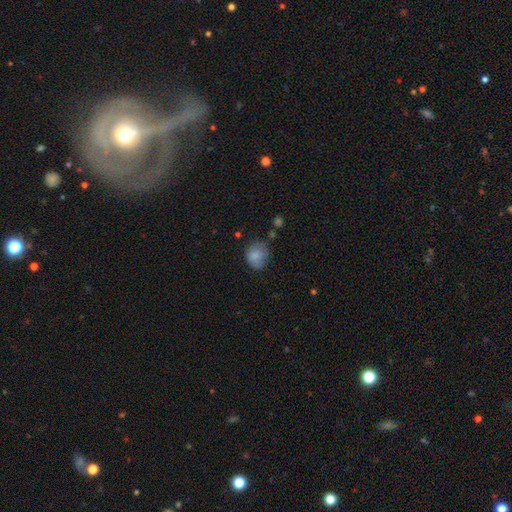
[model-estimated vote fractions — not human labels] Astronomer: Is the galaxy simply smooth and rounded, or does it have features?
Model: smooth — 81%.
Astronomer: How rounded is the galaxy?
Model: round — 64%.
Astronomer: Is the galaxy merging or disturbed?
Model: none — 61%.